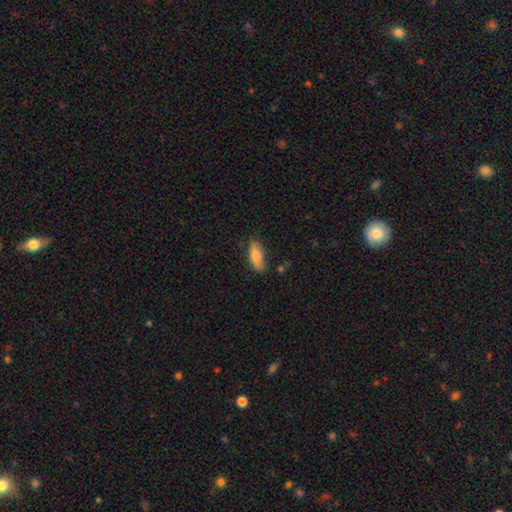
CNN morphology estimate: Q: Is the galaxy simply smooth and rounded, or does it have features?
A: smooth — 78%.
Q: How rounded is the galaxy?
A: in between — 69%.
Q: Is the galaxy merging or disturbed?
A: none — 68%.